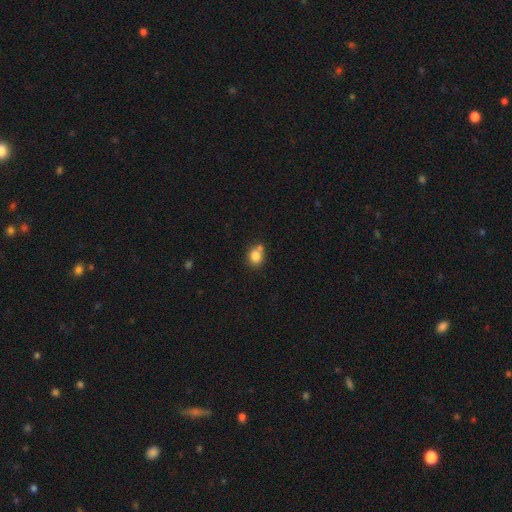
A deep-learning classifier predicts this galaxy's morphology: smooth-or-featured: smooth: 82% | star or artifact: 10% | featured or disk: 8%
  how-rounded: round: 74% | in between: 25% | cigar-shaped: 1%
  merging: none: 57% | merger: 27% | minor disturbance: 12% | major disturbance: 4%